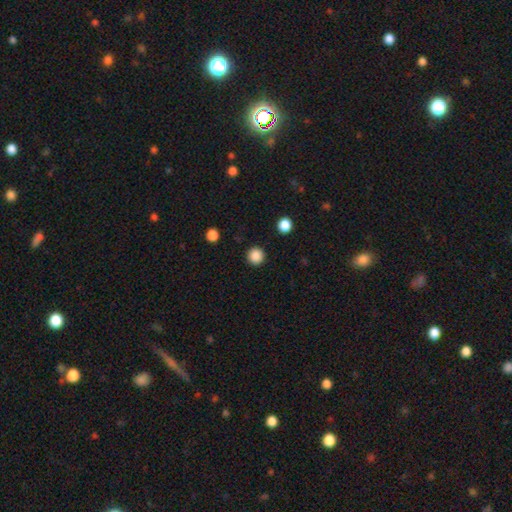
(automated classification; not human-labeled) Smooth or featured: smooth — 87% (star or artifact — 10%)
How rounded: round — 96% (in between — 4%)
Merging: none — 93% (minor disturbance — 4%)